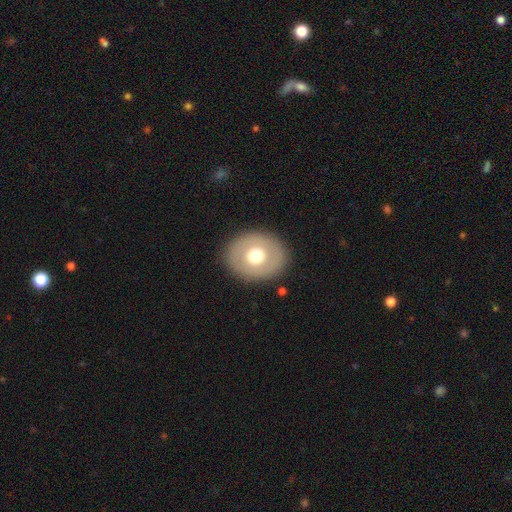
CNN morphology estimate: Q: Smooth or featured?
A: smooth (58%); runner-up: featured or disk (35%)
Q: How rounded?
A: round (58%); runner-up: in between (41%)
Q: Merging?
A: none (88%); runner-up: minor disturbance (8%)